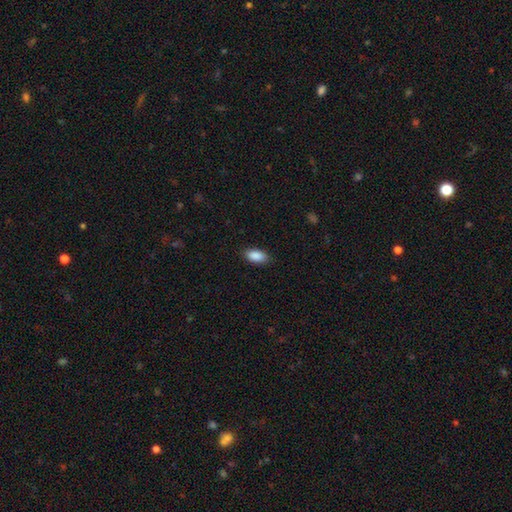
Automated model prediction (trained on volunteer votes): Morphology: type=smooth (90%); roundness=in between (92%); merging=none (86%).